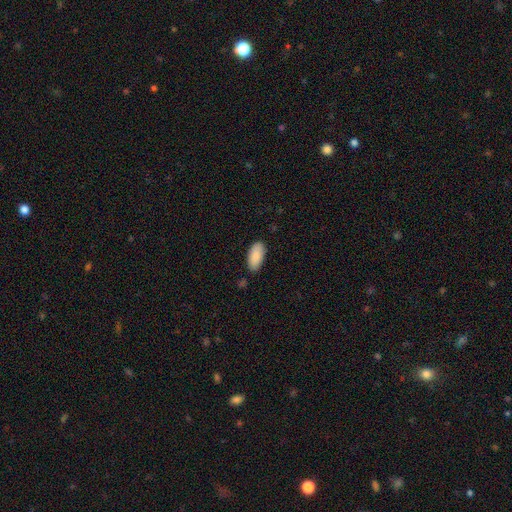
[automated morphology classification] smooth-or-featured: smooth: 89% | star or artifact: 6% | featured or disk: 5%
  how-rounded: in between: 93% | cigar-shaped: 5% | round: 2%
  merging: none: 81% | minor disturbance: 14% | major disturbance: 3% | merger: 2%